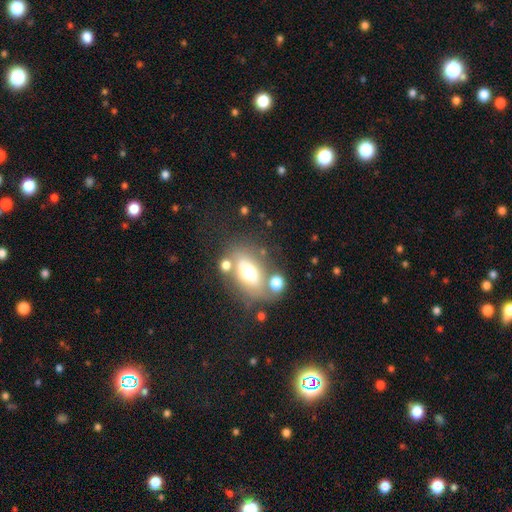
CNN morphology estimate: Smooth or featured: smooth — 53% (featured or disk — 33%)
How rounded: in between — 80% (round — 15%)
Merging: none — 58% (minor disturbance — 17%)